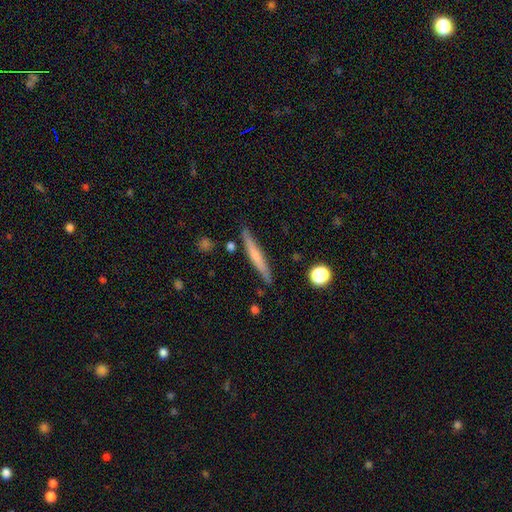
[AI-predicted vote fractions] This appears to be a smooth galaxy with no disk features (50%) that is cigar-shaped (95%). Merging: none (86%).